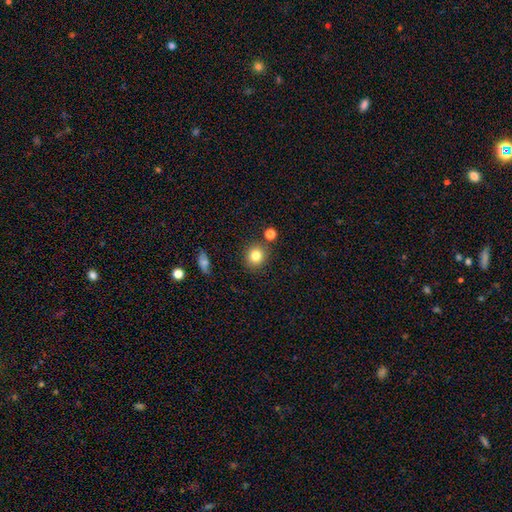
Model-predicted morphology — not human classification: This appears to be a smooth galaxy with no disk features (82%) that is round (85%). Merging: none (83%).